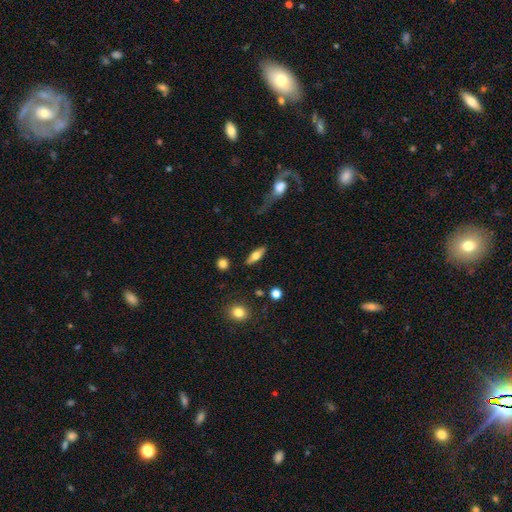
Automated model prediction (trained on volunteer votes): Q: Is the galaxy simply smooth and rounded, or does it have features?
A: smooth — 55%.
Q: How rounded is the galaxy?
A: in between — 62%.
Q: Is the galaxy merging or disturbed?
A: none — 85%.